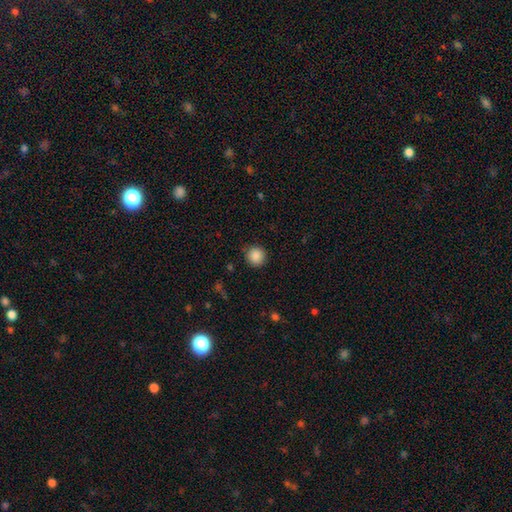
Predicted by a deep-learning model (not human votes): A smooth galaxy with no disk features (88%) that is round (93%). Merging: none (87%).